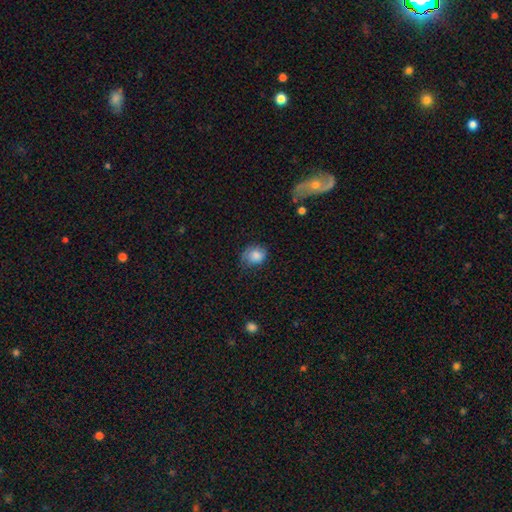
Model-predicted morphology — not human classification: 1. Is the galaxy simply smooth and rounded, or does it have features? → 79% smooth, 12% featured or disk, 8% star or artifact.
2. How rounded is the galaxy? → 54% round, 45% in between, 1% cigar-shaped.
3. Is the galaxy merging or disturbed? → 53% none, 32% minor disturbance, 13% major disturbance, 2% merger.